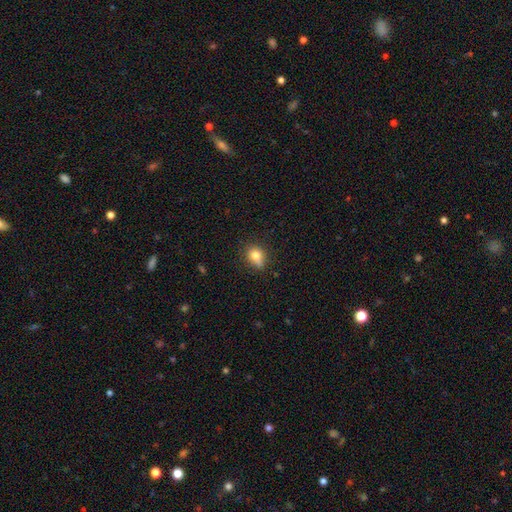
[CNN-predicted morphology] smooth 77%, star or artifact 11%, featured or disk 11%. Down the decision tree: how rounded — round (66%); merging — none (58%).